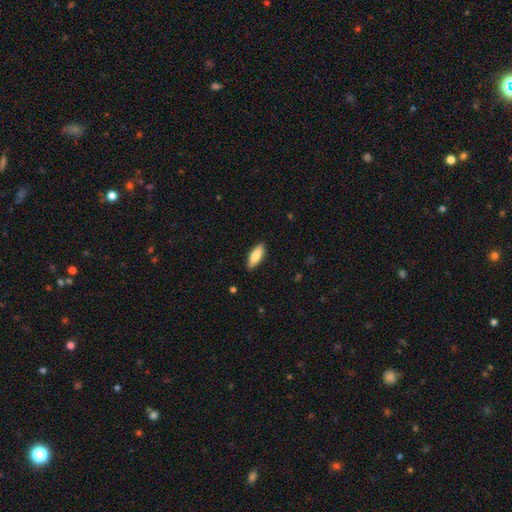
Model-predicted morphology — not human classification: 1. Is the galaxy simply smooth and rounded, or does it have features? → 81% smooth, 13% featured or disk, 6% star or artifact.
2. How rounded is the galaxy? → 67% in between, 31% cigar-shaped, 2% round.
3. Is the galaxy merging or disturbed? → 88% none, 9% minor disturbance, 2% major disturbance, 1% merger.